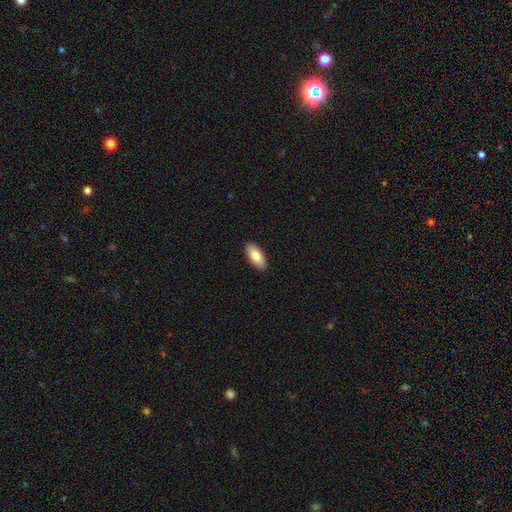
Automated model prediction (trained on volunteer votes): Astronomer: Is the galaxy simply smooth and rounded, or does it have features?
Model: smooth — 83%.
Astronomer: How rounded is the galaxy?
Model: in between — 88%.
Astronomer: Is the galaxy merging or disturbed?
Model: none — 90%.